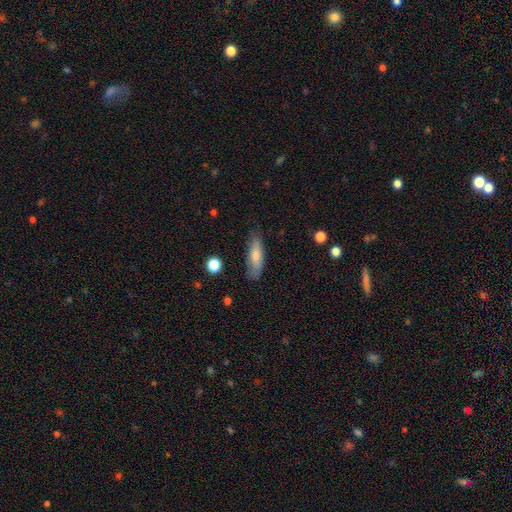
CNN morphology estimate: A smooth galaxy with no disk features (76%) that is in between round and cigar-shaped (55%).

Vote fractions:
- Smooth or featured? smooth: 76% / featured or disk: 18% / star or artifact: 6%
- How rounded? in between: 55% / cigar-shaped: 43% / round: 2%
- Merging? none: 75% / minor disturbance: 19% / major disturbance: 4% / merger: 2%